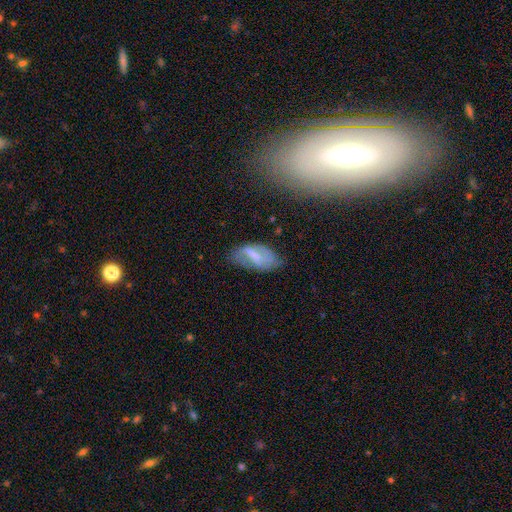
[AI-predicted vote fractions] This is possibly a featured or disk galaxy (55%). It is clearly not viewed edge-on (94%). Bar: marginally weak (44%). Spiral arm pattern: likely yes (70%). Central bulge: marginally none (36%). Merging: possibly none (55%).